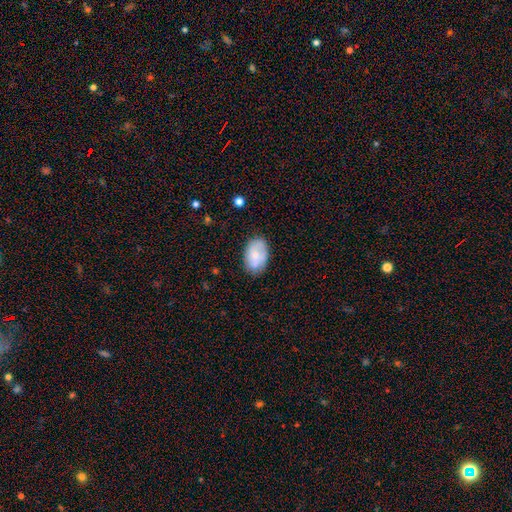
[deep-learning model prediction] Morphology: type=smooth (69%); roundness=in between (89%); merging=none (73%).